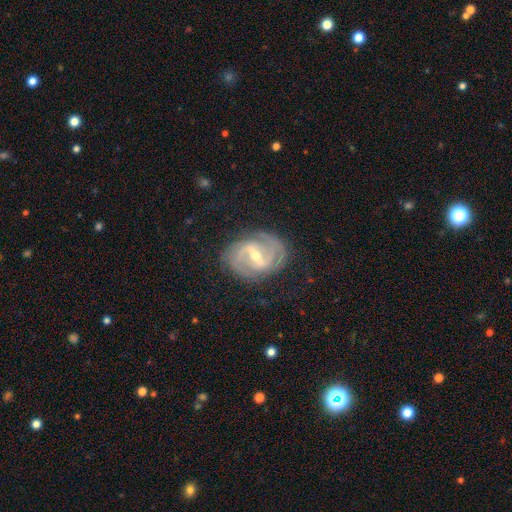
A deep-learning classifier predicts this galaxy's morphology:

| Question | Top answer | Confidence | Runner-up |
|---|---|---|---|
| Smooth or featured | featured or disk | 89% | smooth (6%) |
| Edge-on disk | no | 97% | yes (3%) |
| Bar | strong | 50% | weak (42%) |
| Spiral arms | yes | 96% | no (4%) |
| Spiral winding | tight | 44% | tied: medium (44%) |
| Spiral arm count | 2 | 73% | can't tell (10%) |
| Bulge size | moderate | 48% | tied: small (48%) |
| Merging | none | 76% | minor disturbance (17%) |